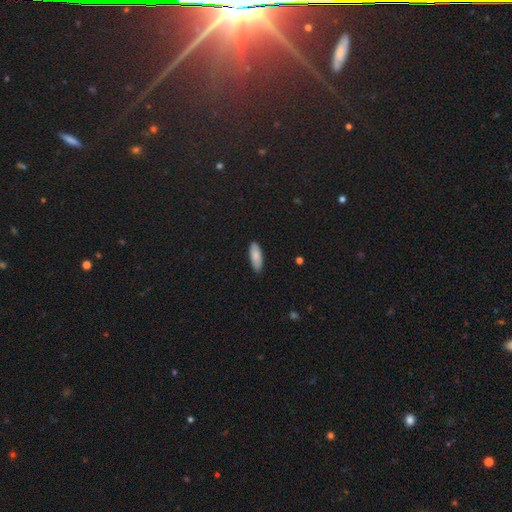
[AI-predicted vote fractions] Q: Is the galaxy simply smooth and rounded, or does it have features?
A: smooth — 84%.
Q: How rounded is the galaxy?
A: in between — 73%.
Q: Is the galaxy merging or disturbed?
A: none — 85%.